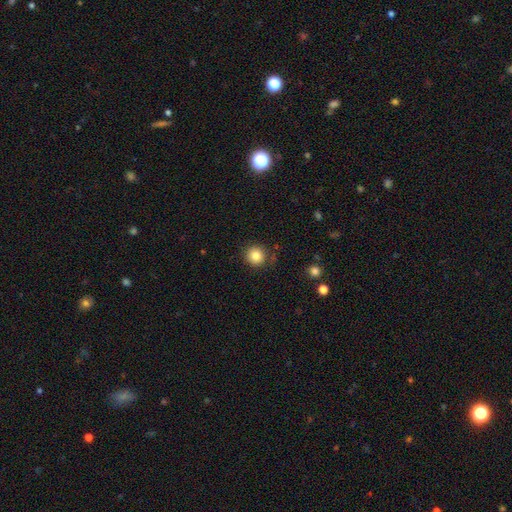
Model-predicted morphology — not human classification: The model was most divided on "smooth or featured": smooth: 84%, star or artifact: 11%, featured or disk: 5%. More confident: how rounded — round (93%); merging — none (85%).